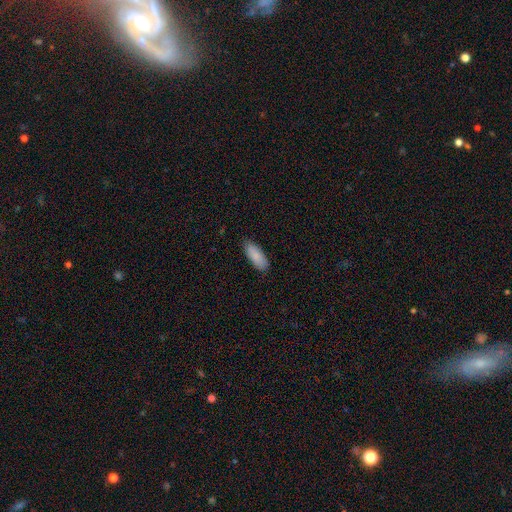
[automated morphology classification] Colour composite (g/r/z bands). It shows a smooth galaxy with no disk features (87%) that is in between round and cigar-shaped (78%). Merging: none (86%).